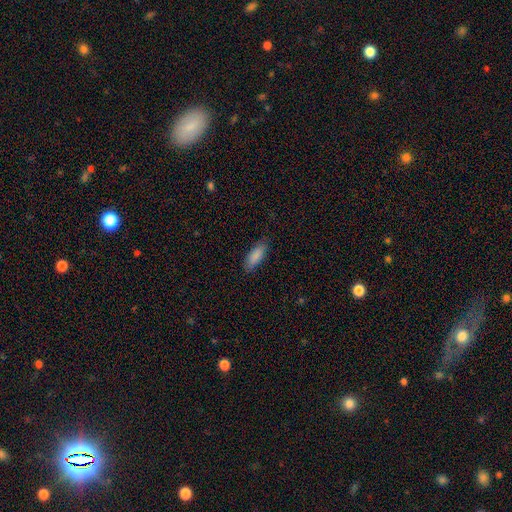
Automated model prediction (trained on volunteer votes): The model was most divided on "how rounded": in between: 70%, cigar-shaped: 29%, round: 2%. More confident: smooth or featured — smooth (87%); merging — none (84%).